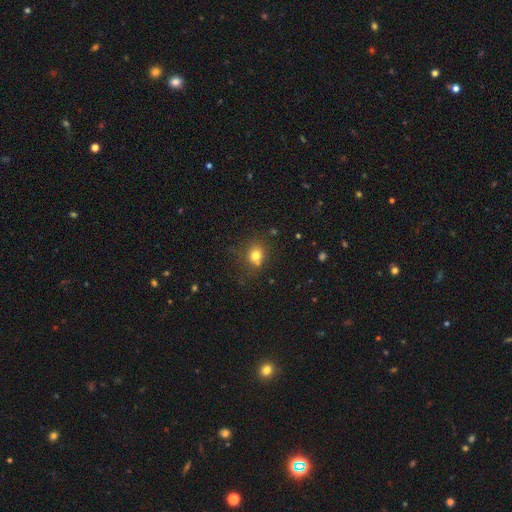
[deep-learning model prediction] The model was most divided on "merging": none: 71%, minor disturbance: 15%, merger: 9%, major disturbance: 5%. More confident: how rounded — round (78%); smooth or featured — smooth (76%).